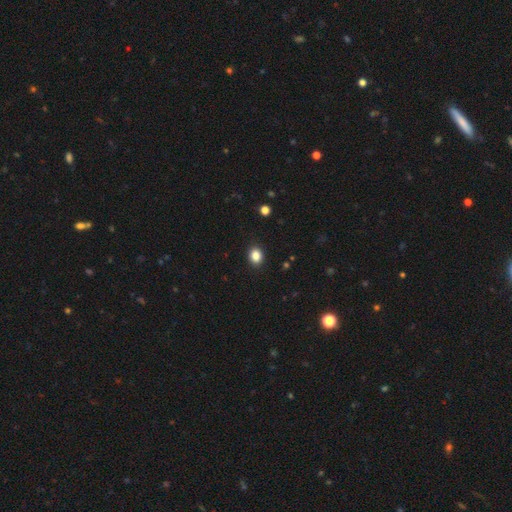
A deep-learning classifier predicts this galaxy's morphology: A smooth galaxy with no disk features (86%) that is in between round and cigar-shaped (51%). Merging: none (91%).